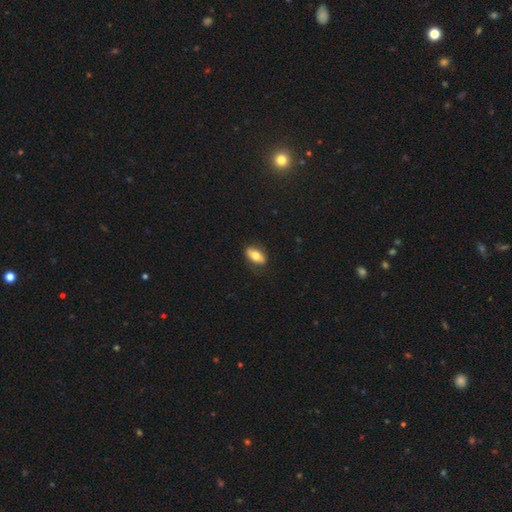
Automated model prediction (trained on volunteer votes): The model was most divided on "smooth or featured": smooth: 73%, featured or disk: 21%, star or artifact: 7%. More confident: how rounded — in between (86%); merging — none (82%).